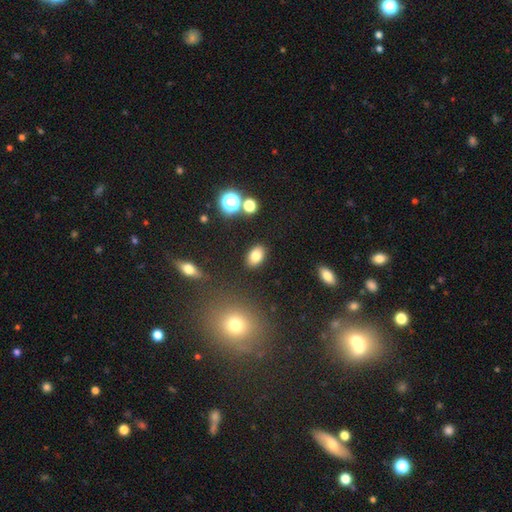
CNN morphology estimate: Overall: smooth (81%). How rounded: in between (85%). Merging: none (87%).